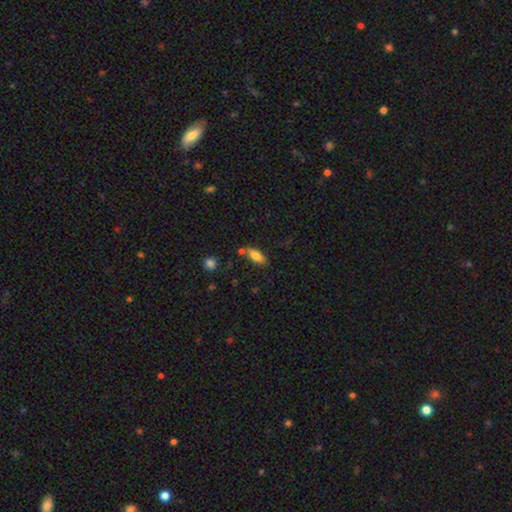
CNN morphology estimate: type=smooth (81%); roundness=in between (80%); merging=none (70%).